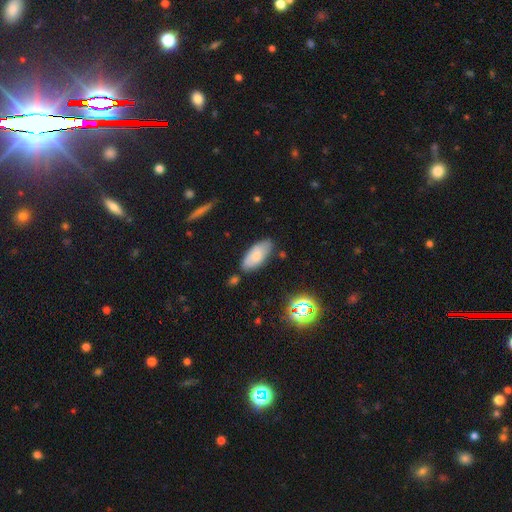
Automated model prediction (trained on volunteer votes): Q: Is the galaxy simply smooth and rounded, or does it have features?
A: smooth — 73%.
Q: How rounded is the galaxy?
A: in between — 88%.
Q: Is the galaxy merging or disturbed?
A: none — 76%.